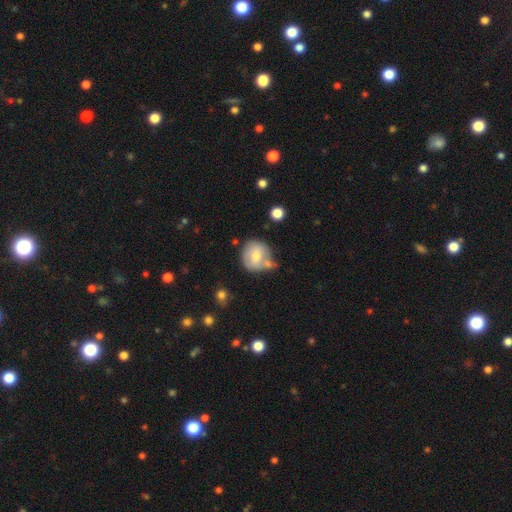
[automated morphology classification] smooth 67%, featured or disk 25%, star or artifact 8%. Down the decision tree: how rounded — round (86%); merging — none (51%).